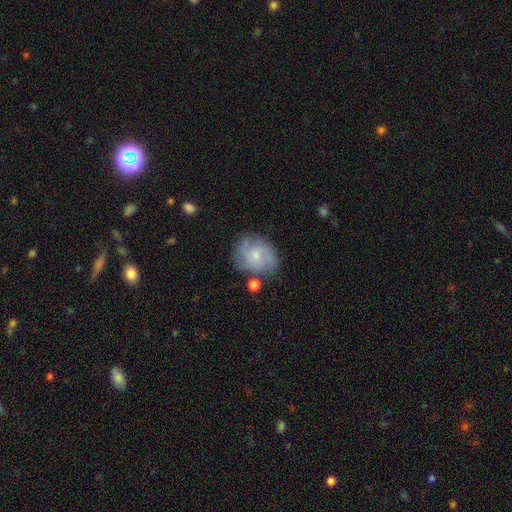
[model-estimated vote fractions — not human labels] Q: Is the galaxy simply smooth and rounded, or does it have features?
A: featured or disk — 61%.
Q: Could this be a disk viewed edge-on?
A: no — 98%.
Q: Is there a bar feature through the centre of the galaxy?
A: no — 69%.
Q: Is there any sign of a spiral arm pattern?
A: yes — 84%.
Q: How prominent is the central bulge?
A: small — 45%.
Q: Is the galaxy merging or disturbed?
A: none — 67%.